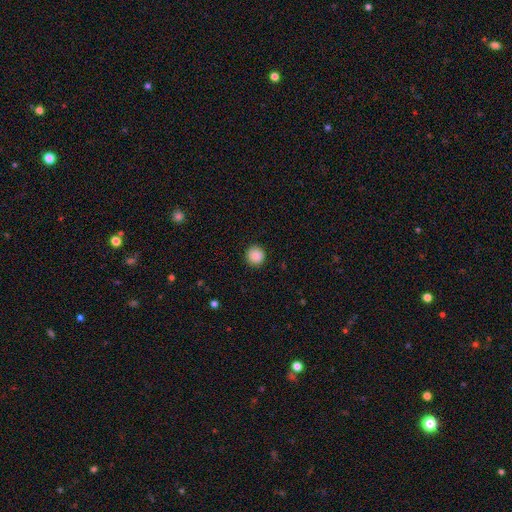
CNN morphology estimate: This appears to be a smooth galaxy with no disk features (88%) that is round (95%). Merging: none (92%).